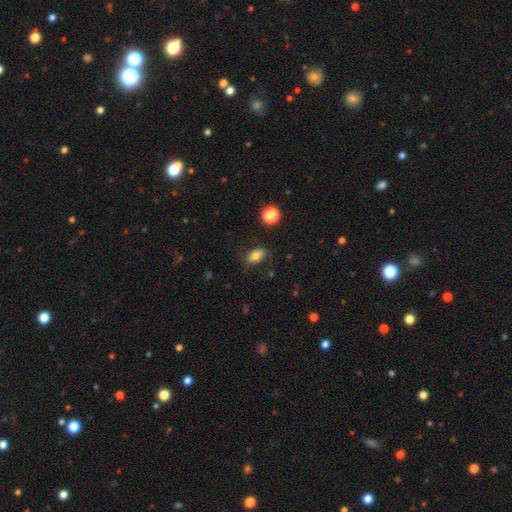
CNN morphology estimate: Smooth or featured?
  - smooth: 74% *
  - featured or disk: 17%
  - star or artifact: 10%
How rounded?
  - in between: 87% *
  - round: 9%
  - cigar-shaped: 4%
Merging?
  - none: 76% *
  - minor disturbance: 17%
  - major disturbance: 5%
  - merger: 2%